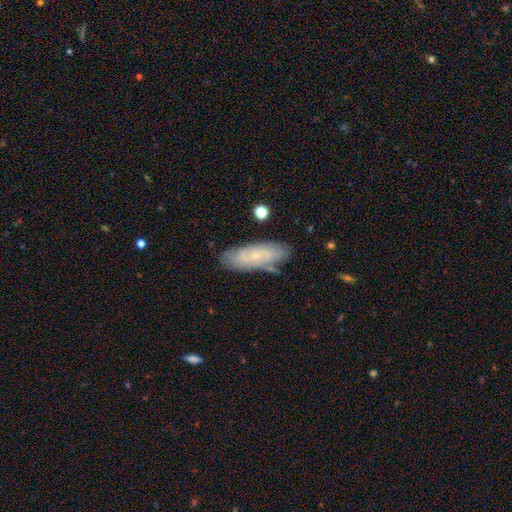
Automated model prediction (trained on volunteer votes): featured or disk 51%, smooth 42%, star or artifact 7%. Down the decision tree: edge-on disk — no (81%); merging — none (73%).